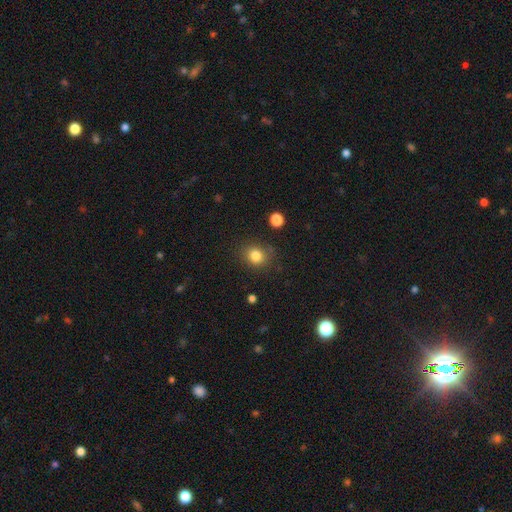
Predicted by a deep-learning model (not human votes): Q: Smooth or featured?
A: smooth (83%); runner-up: star or artifact (11%)
Q: How rounded?
A: round (74%); runner-up: in between (25%)
Q: Merging?
A: none (82%); runner-up: minor disturbance (12%)